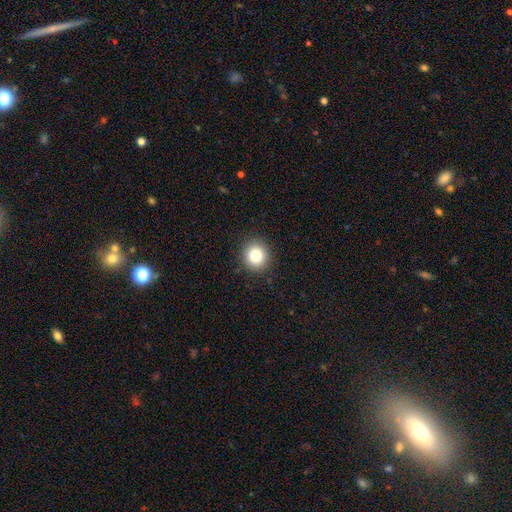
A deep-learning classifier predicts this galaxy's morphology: Smooth or featured?
  - smooth: 83% *
  - star or artifact: 11%
  - featured or disk: 6%
How rounded?
  - round: 87% *
  - in between: 12%
  - cigar-shaped: 1%
Merging?
  - none: 90% *
  - minor disturbance: 7%
  - major disturbance: 2%
  - merger: 1%